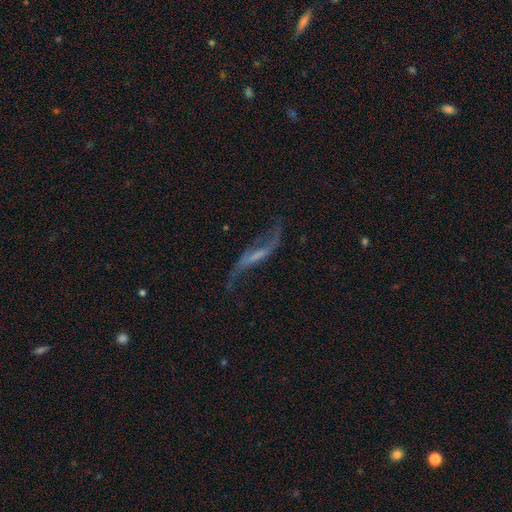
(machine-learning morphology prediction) smooth_or_featured: featured or disk (p=0.83) [alt: smooth p=0.09]
disk_edge_on: no (p=0.80) [alt: yes p=0.20]
bar: weak (p=0.39) [alt: strong p=0.37]
has_spiral_arms: yes (p=0.92) [alt: no p=0.08]
spiral_winding: loose (p=0.91) [alt: medium p=0.06]
spiral_arm_count: 2 (p=0.91) [alt: 1 p=0.03]
bulge_size: none (p=0.41) [alt: small p=0.39]
merging: none (p=0.68) [alt: minor disturbance p=0.16]